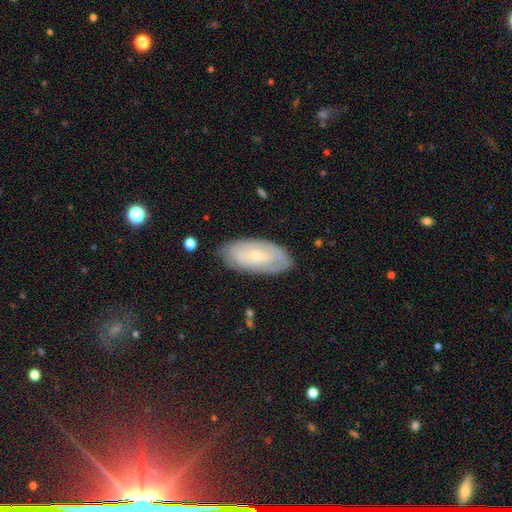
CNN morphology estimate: A featured or disk galaxy (58%) with no bar (68%), spiral arms (66%) and a small central bulge (75%).

Vote fractions:
- Smooth or featured? featured or disk: 58% / smooth: 35% / star or artifact: 7%
- Edge-on disk? no: 89% / yes: 11%
- Bar? no: 68% / weak: 24% / strong: 7%
- Spiral arms? yes: 66% / no: 34%
- Bulge size? small: 75% / moderate: 21% / none: 2% / large: 1% / dominant: 1%
- Merging? none: 79% / minor disturbance: 16% / major disturbance: 4% / merger: 1%